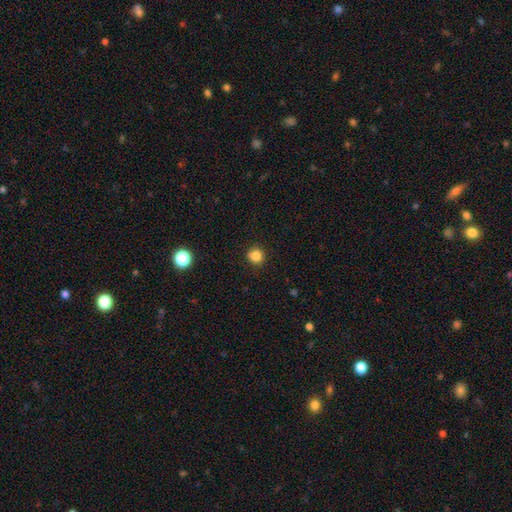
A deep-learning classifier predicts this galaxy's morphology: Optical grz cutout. It shows a smooth galaxy with no disk features (84%) that is round (90%). Merging: none (89%).